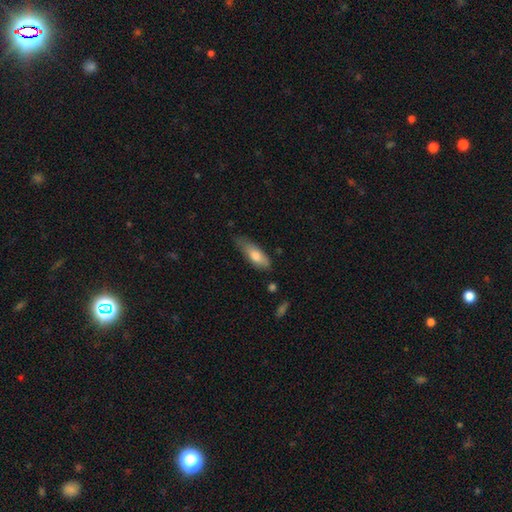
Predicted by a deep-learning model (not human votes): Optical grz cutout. It shows a smooth galaxy with no disk features (76%) that is in between round and cigar-shaped (63%). Merging: none (52%).